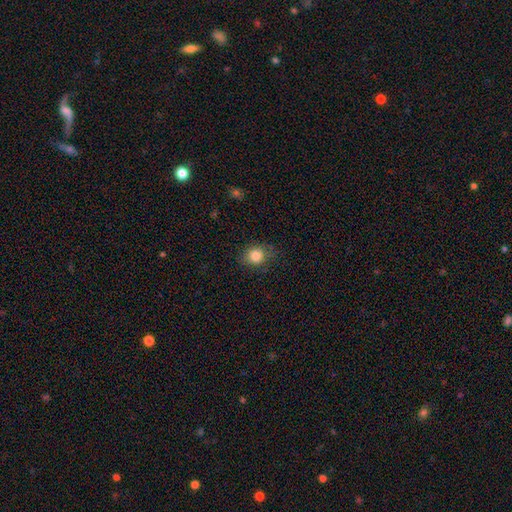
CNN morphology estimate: Overall: smooth (84%). How rounded: round (69%; in between 30%). Merging: none (77%).